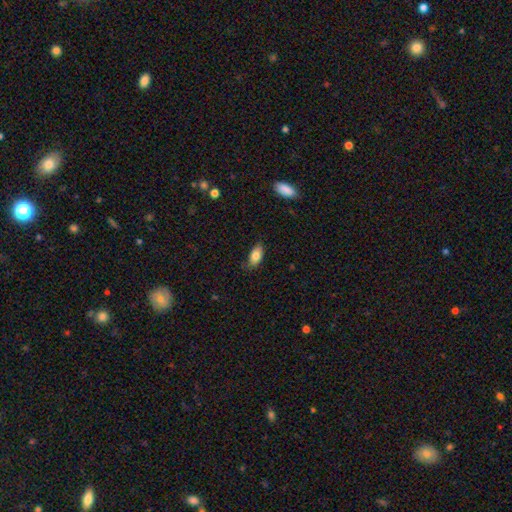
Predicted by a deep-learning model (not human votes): This appears to be a smooth galaxy with no disk features (81%) that is in between round and cigar-shaped (90%). Merging: none (76%).